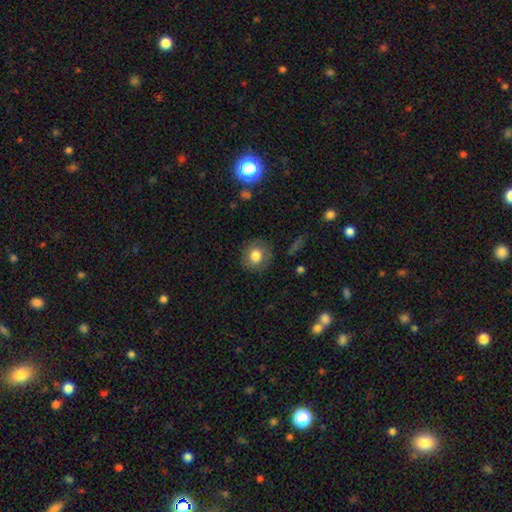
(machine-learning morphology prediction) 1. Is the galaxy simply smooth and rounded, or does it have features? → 72% smooth, 18% featured or disk, 9% star or artifact.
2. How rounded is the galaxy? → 87% round, 12% in between, 1% cigar-shaped.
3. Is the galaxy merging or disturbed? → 82% none, 12% minor disturbance, 4% major disturbance, 1% merger.